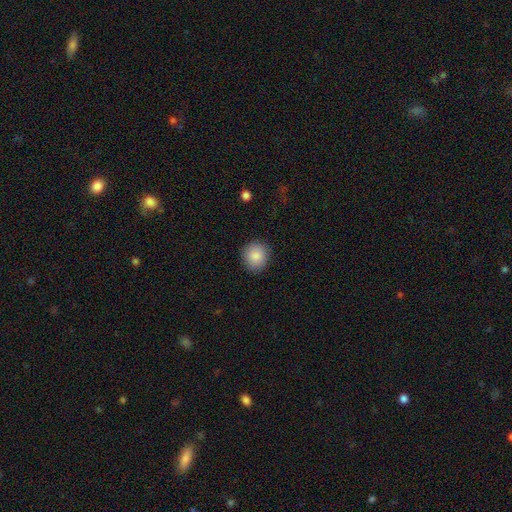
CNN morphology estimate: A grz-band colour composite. It shows a smooth galaxy with no disk features (88%) that is round (85%). Merging: none (89%).